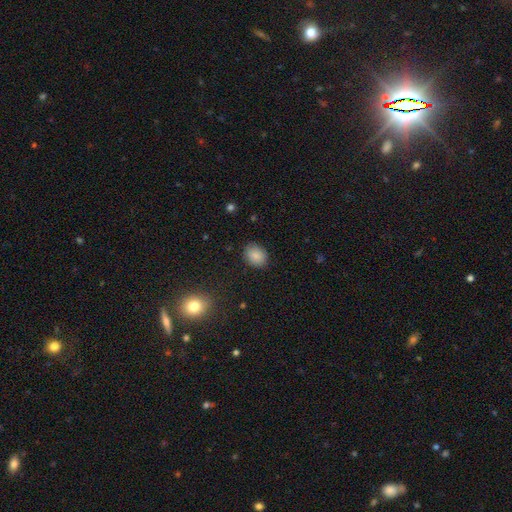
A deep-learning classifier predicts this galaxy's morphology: The model was most divided on "how rounded": in between: 58%, round: 41%, cigar-shaped: 1%. More confident: merging — none (86%); smooth or featured — smooth (85%).